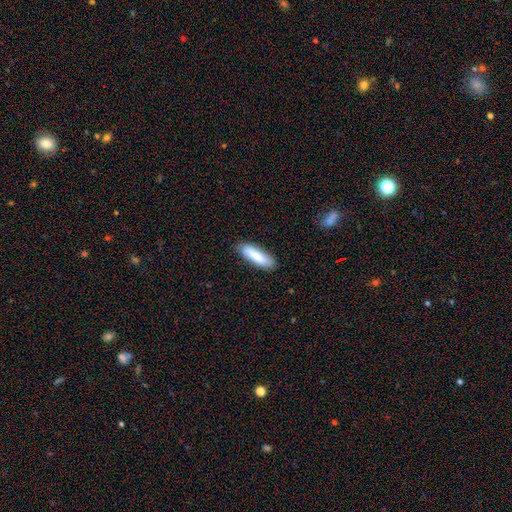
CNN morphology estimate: smooth 80%, featured or disk 14%, star or artifact 6%. Down the decision tree: how rounded — cigar-shaped (59%); merging — none (85%).